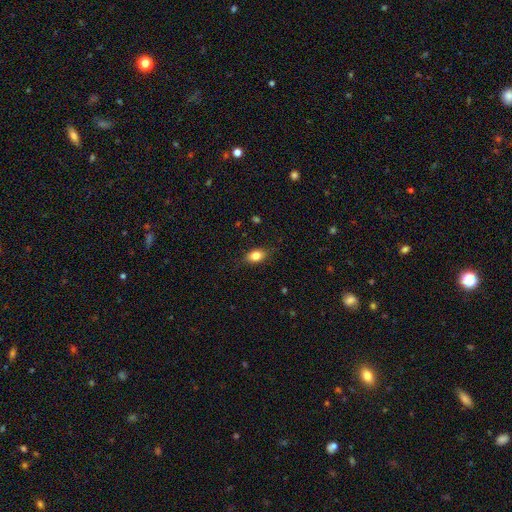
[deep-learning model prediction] Smooth or featured: smooth — 82% (featured or disk — 10%)
How rounded: in between — 82% (round — 15%)
Merging: none — 82% (minor disturbance — 14%)